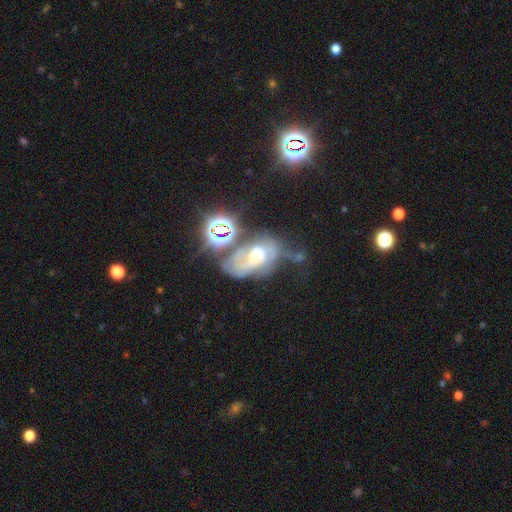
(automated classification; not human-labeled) Smooth or featured? Predicted: featured or disk (p=0.51). Edge-on disk? Predicted: no (p=0.94). Merging? Predicted: none (p=0.35).